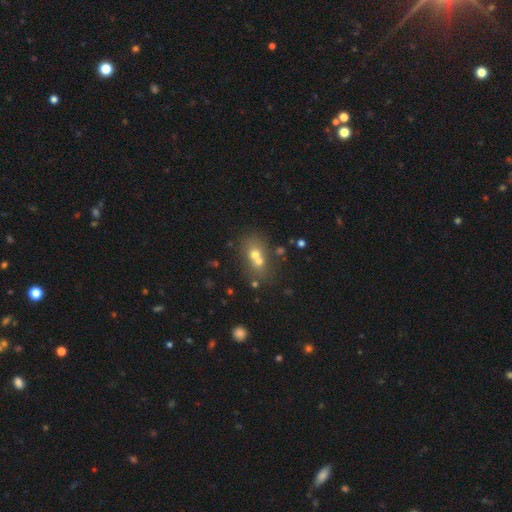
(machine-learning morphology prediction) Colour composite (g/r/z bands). It shows a smooth galaxy with no disk features (59%) that is round (62%). Merging: merger (59%).